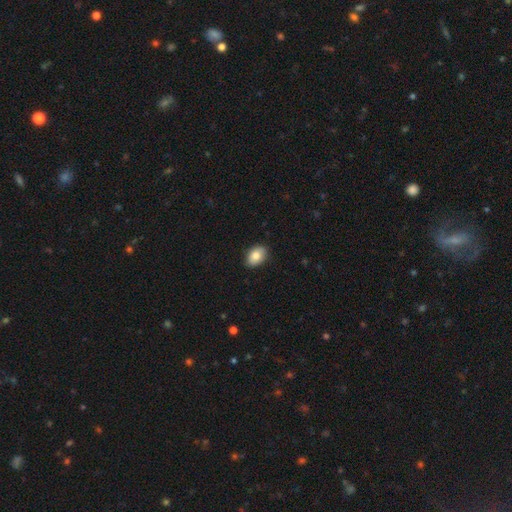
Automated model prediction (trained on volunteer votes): A smooth galaxy with no disk features (85%) that is in between round and cigar-shaped (85%).

Vote fractions:
- Smooth or featured? smooth: 85% / featured or disk: 8% / star or artifact: 7%
- How rounded? in between: 85% / round: 14% / cigar-shaped: 1%
- Merging? none: 87% / minor disturbance: 10% / major disturbance: 2% / merger: 1%